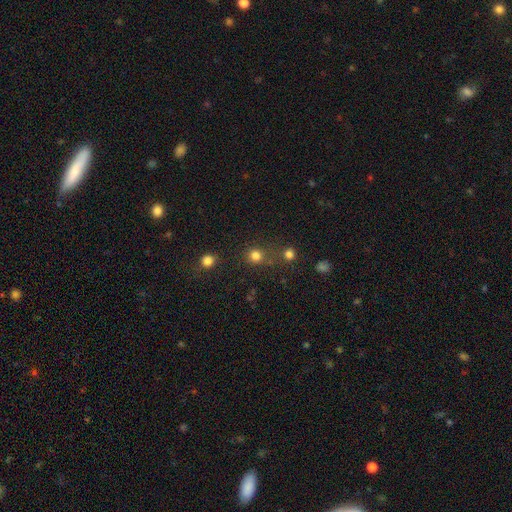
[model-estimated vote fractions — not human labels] A smooth galaxy with no disk features (79%) that is round (90%). Merging: none (72%).